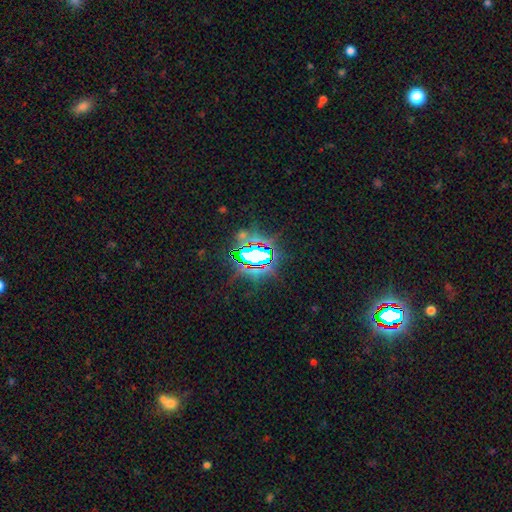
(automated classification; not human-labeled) star or artifact 75%, smooth 13%, featured or disk 12%.